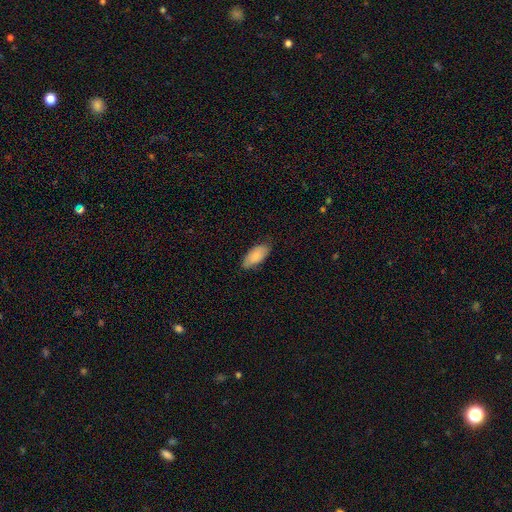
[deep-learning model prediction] Morphology: type=smooth (82%); roundness=in between (91%); merging=none (75%).